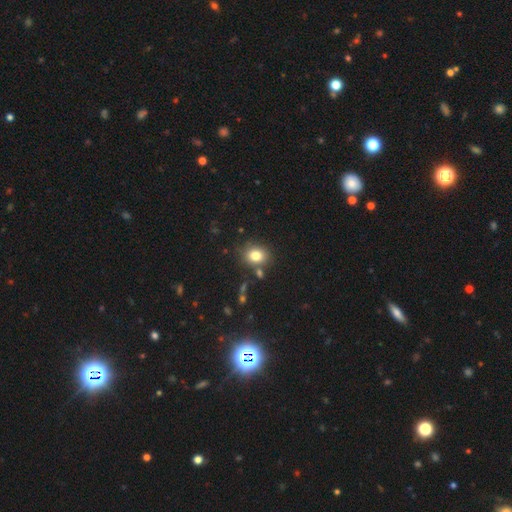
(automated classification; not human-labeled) smooth_or_featured: smooth (p=0.80) [alt: star or artifact p=0.12]
how_rounded: round (p=0.58) [alt: in between p=0.41]
merging: none (p=0.78) [alt: minor disturbance p=0.11]